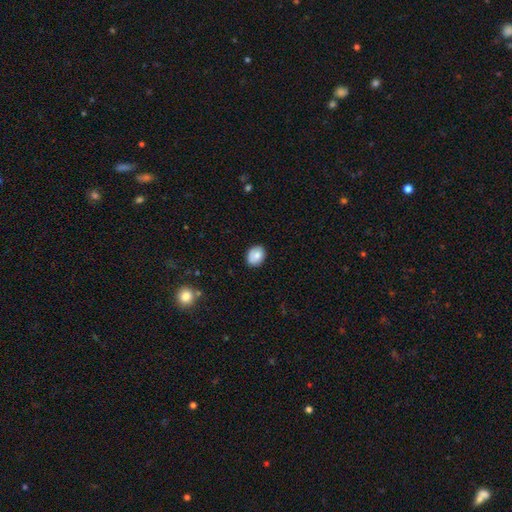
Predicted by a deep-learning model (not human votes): This appears to be a smooth galaxy with no disk features (81%) that is in between round and cigar-shaped (53%). Merging: none (81%).